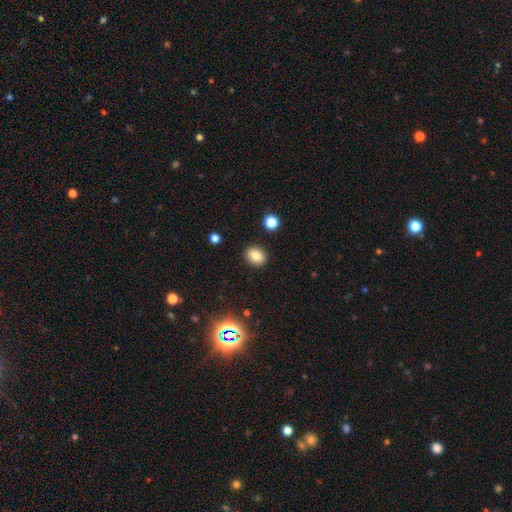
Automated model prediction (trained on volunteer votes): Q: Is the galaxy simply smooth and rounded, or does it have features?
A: smooth — 82%.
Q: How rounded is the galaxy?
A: in between — 56%.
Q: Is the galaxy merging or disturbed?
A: none — 89%.